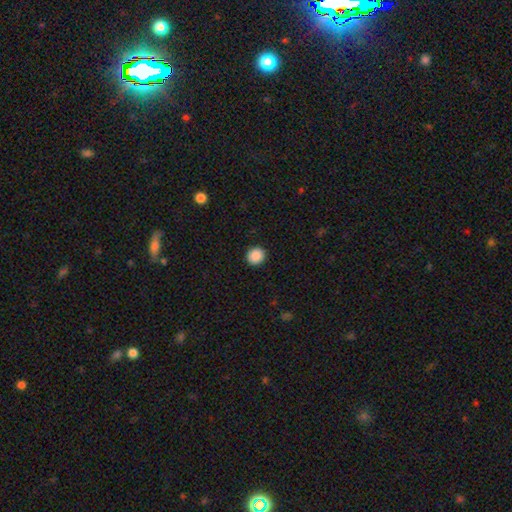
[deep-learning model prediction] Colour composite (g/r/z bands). It shows a smooth galaxy with no disk features (89%) that is round (86%). Merging: none (92%).